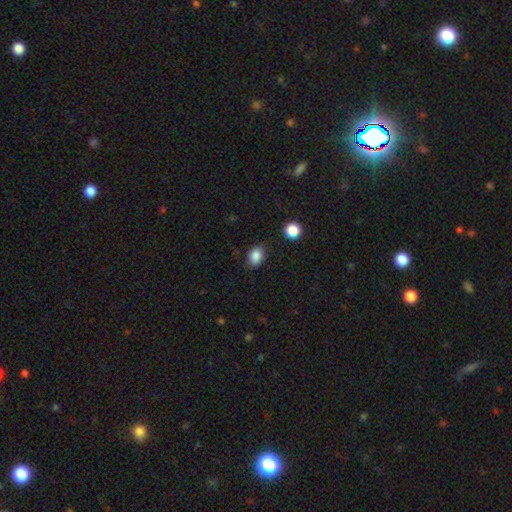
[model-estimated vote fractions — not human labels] A smooth galaxy with no disk features (86%) that is in between round and cigar-shaped (67%). Merging: none (80%).